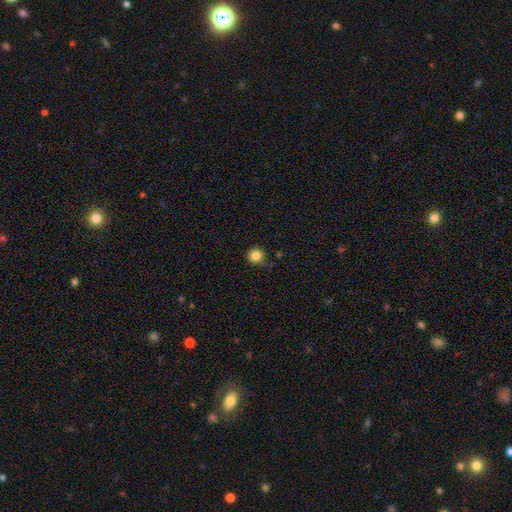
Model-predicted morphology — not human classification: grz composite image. It shows a smooth galaxy with no disk features (84%) that is round (95%). Merging: none (85%).